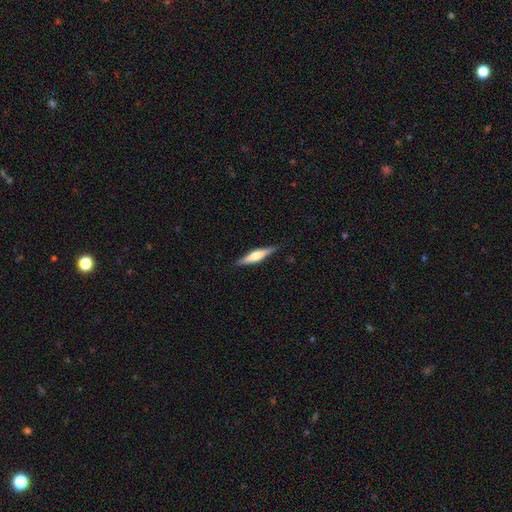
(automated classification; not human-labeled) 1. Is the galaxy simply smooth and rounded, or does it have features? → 58% featured or disk, 36% smooth, 5% star or artifact.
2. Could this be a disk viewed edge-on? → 97% yes, 3% no.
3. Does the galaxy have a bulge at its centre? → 83% rounded, 12% boxy, 5% none.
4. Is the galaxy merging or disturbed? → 89% none, 9% minor disturbance, 2% major disturbance, 1% merger.